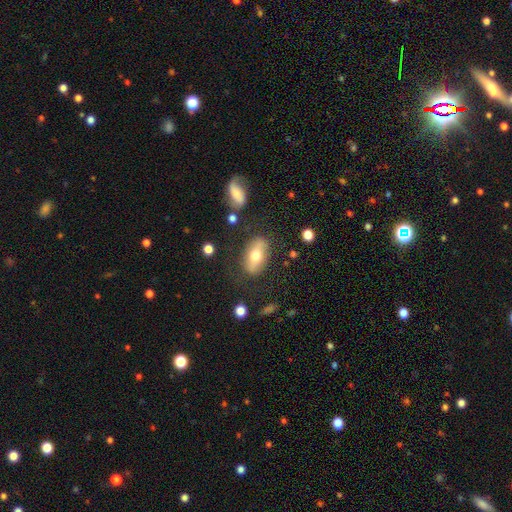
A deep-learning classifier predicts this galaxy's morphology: Q: Smooth or featured?
A: smooth (58%); runner-up: featured or disk (35%)
Q: How rounded?
A: in between (86%); runner-up: round (9%)
Q: Merging?
A: none (76%); runner-up: minor disturbance (14%)